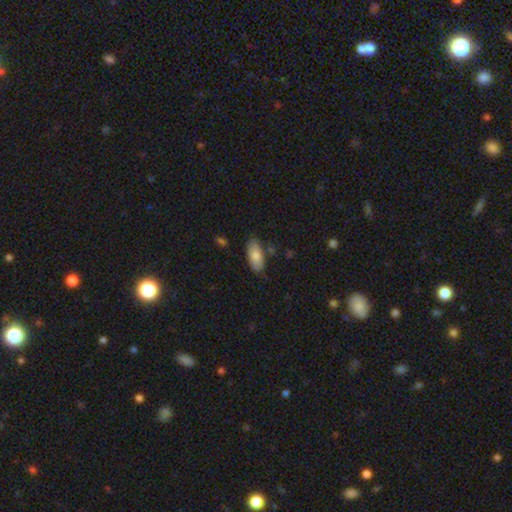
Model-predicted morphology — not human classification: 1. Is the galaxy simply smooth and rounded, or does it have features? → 82% smooth, 12% featured or disk, 6% star or artifact.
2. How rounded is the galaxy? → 90% in between, 8% cigar-shaped, 2% round.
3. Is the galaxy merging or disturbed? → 77% none, 16% minor disturbance, 3% merger, 3% major disturbance.